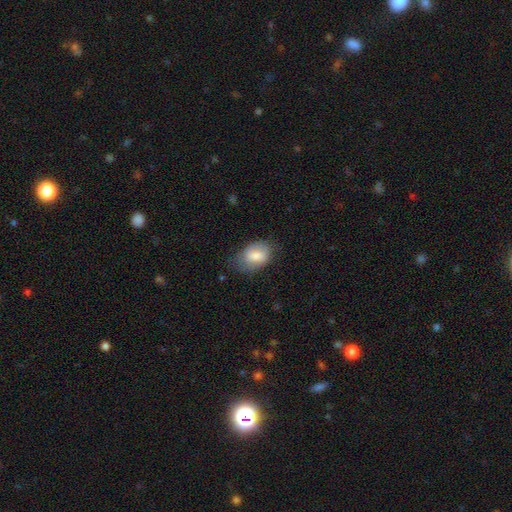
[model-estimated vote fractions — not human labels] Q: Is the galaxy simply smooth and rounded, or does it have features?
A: smooth — 73%.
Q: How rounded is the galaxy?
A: in between — 86%.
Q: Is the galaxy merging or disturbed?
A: none — 64%.